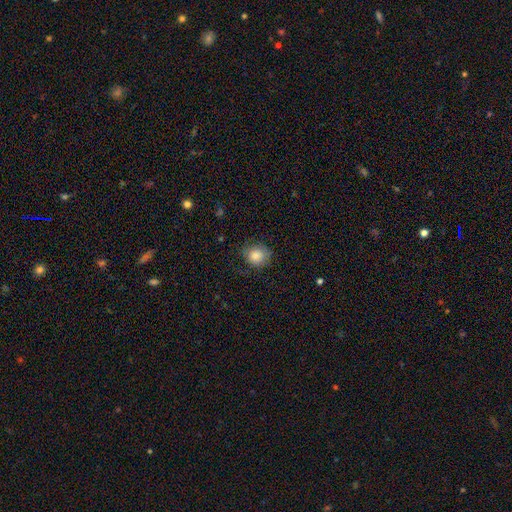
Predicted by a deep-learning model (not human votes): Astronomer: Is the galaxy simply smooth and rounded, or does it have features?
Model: smooth — 81%.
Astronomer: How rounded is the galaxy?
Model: round — 75%.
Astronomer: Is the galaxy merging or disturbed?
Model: none — 72%.